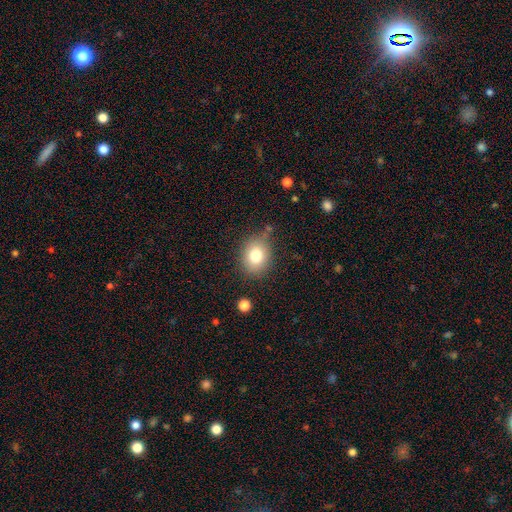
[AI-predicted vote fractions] Smooth or featured?
  - smooth: 79% *
  - featured or disk: 10%
  - star or artifact: 10%
How rounded?
  - round: 52% *
  - in between: 47%
  - cigar-shaped: 1%
Merging?
  - none: 77% *
  - minor disturbance: 16%
  - major disturbance: 4%
  - merger: 3%